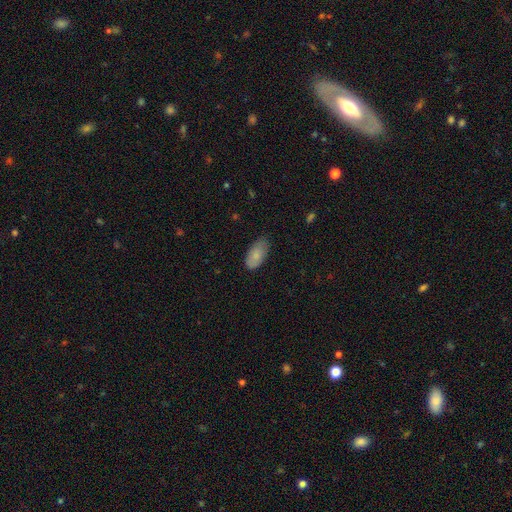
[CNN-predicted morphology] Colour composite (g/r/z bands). It shows a smooth galaxy with no disk features (82%) that is in between round and cigar-shaped (93%). Merging: none (68%).